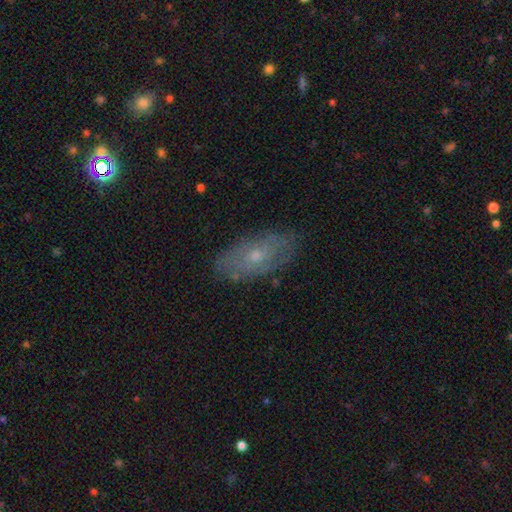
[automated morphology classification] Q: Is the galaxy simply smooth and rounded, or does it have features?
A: featured or disk — 48%.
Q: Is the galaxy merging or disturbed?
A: none — 77%.